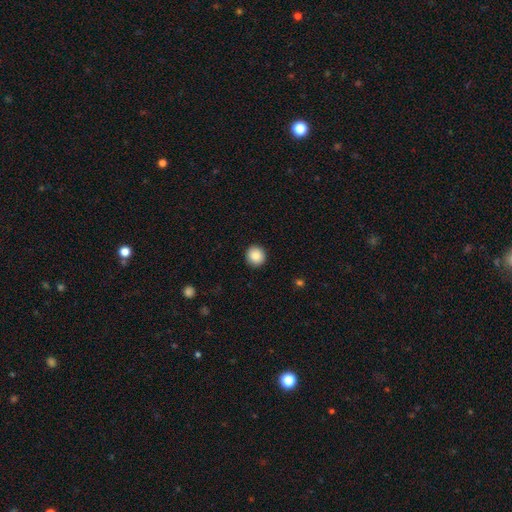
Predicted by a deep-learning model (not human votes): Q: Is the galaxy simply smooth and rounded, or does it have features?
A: smooth — 88%.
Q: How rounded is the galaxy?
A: round — 93%.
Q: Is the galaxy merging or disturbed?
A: none — 92%.